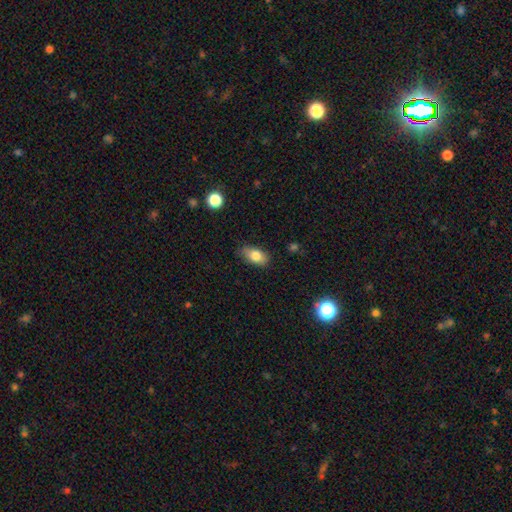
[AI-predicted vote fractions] Smooth or featured? smooth (81%)
How rounded? in between (88%)
Merging? none (80%)